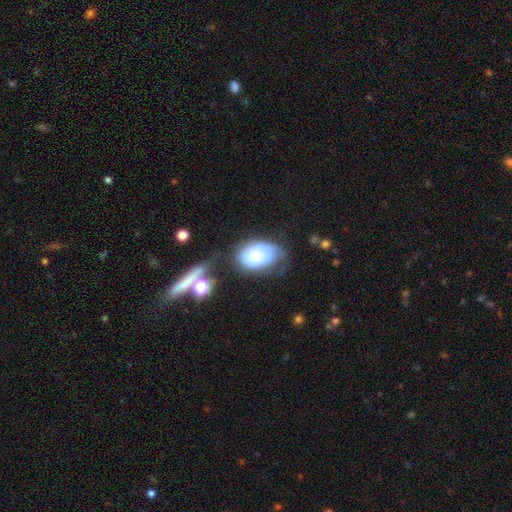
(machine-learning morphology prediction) Smooth or featured? Predicted: smooth (p=0.48). Merging? Predicted: none (p=0.44).